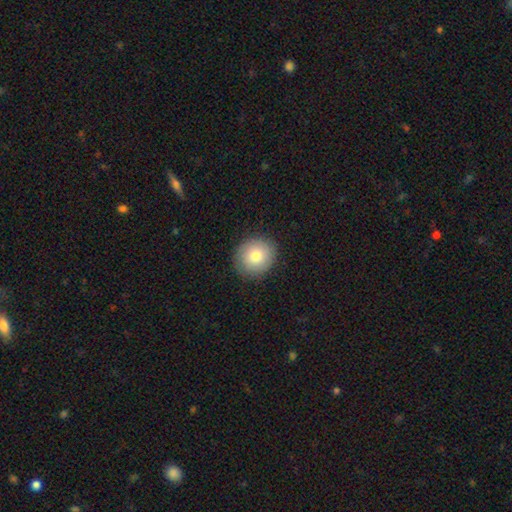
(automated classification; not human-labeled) Q: Smooth or featured?
A: smooth (78%); runner-up: featured or disk (14%)
Q: How rounded?
A: round (88%); runner-up: in between (11%)
Q: Merging?
A: none (88%); runner-up: minor disturbance (9%)